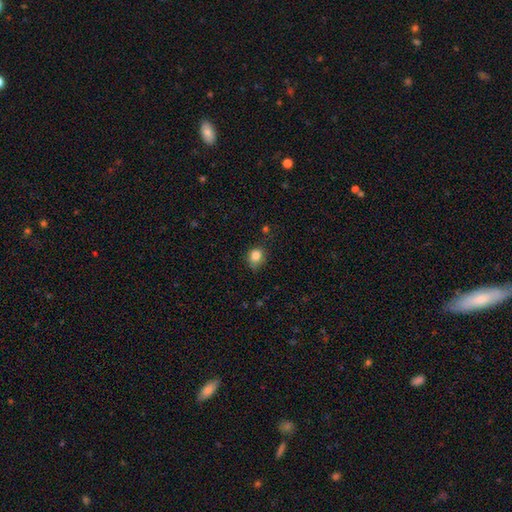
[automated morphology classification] Overall: smooth (84%). How rounded: round (65%; in between 34%). Merging: none (63%; minor disturbance 28%).